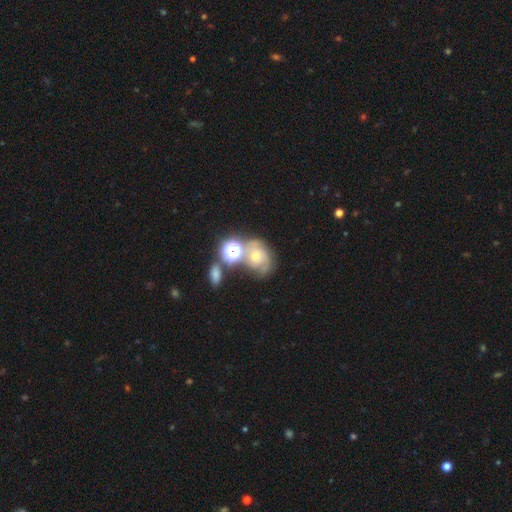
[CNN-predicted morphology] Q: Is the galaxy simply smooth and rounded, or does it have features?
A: featured or disk — 51%.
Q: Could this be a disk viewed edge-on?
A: no — 96%.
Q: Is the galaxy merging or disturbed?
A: none — 45%.